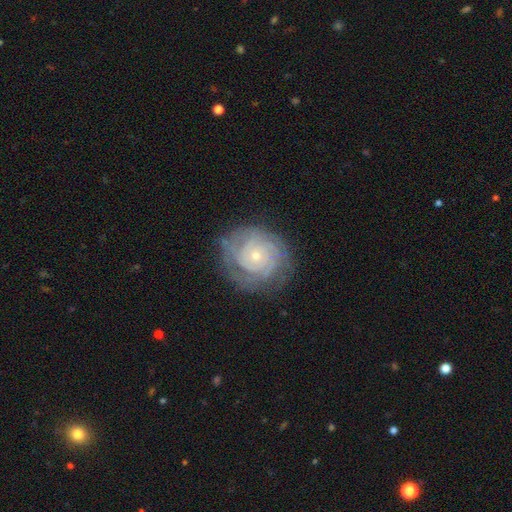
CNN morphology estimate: Smooth or featured? Predicted: featured or disk (p=0.82). Edge-on disk? Predicted: no (p=0.97). Bar? Predicted: no (p=0.81). Spiral arms? Predicted: yes (p=0.95). Spiral winding? Predicted: tight (p=0.80). Spiral arm count? Predicted: can't tell (p=0.34). Bulge size? Predicted: small (p=0.77). Merging? Predicted: none (p=0.78).